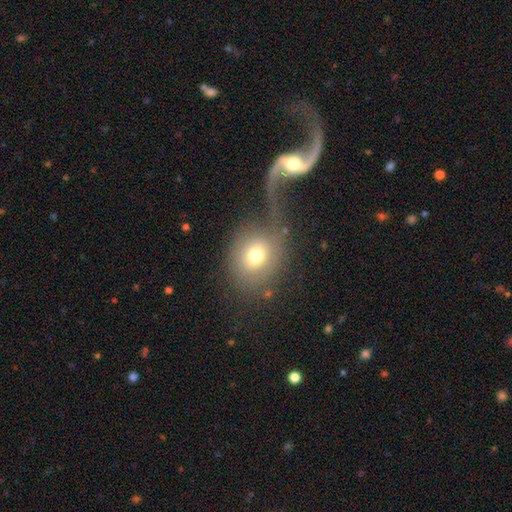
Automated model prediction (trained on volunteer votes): Q: Smooth or featured?
A: smooth (67%); runner-up: featured or disk (23%)
Q: How rounded?
A: round (65%); runner-up: in between (34%)
Q: Merging?
A: none (34%); runner-up: merger (27%)